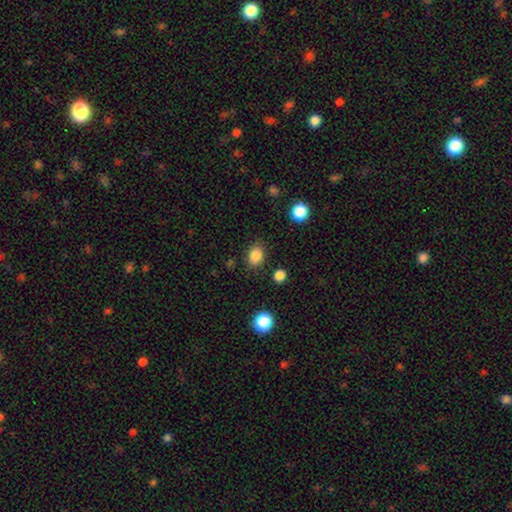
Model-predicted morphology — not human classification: The model was most divided on "how rounded": round: 50%, in between: 49%, cigar-shaped: 1%. More confident: smooth or featured — smooth (85%); merging — none (84%).